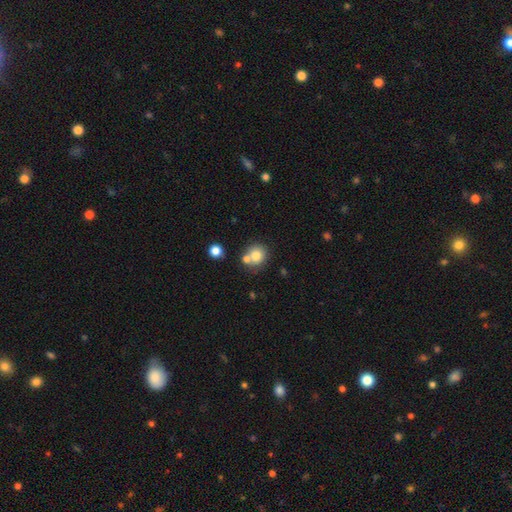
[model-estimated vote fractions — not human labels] A smooth galaxy with no disk features (78%) that is round (86%). Merging: none (58%).